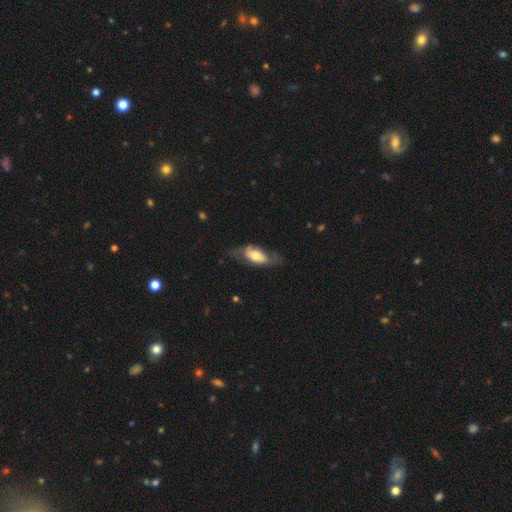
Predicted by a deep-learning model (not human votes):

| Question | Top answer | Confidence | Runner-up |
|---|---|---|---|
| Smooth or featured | smooth | 48% | featured or disk (46%) |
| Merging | none | 56% | minor disturbance (24%) |